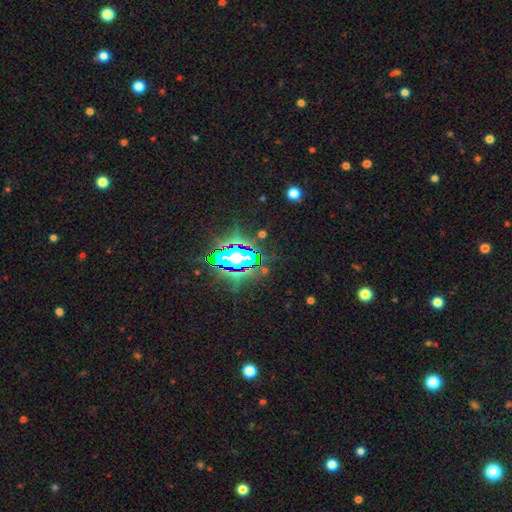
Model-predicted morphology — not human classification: Smooth or featured? Predicted: star or artifact (p=0.74).